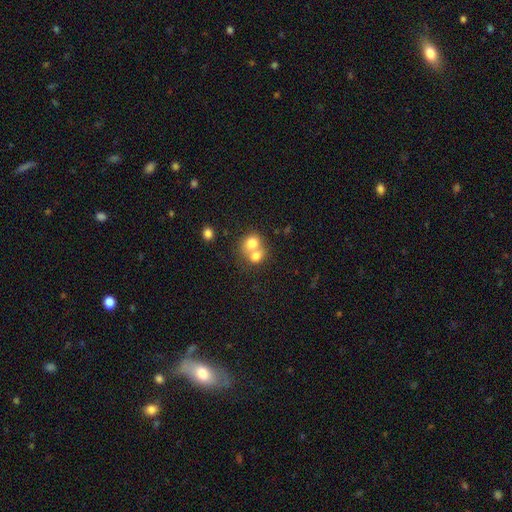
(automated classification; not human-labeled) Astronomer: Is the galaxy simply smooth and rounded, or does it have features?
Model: smooth — 74%.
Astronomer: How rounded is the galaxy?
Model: round — 65%.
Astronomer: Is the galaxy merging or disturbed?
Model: merger — 68%.